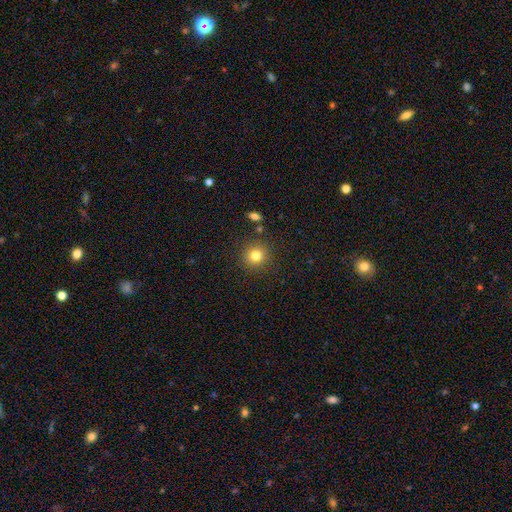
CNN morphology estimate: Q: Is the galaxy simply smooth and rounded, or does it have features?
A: smooth — 81%.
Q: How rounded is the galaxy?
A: round — 92%.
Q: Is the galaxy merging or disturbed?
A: none — 88%.